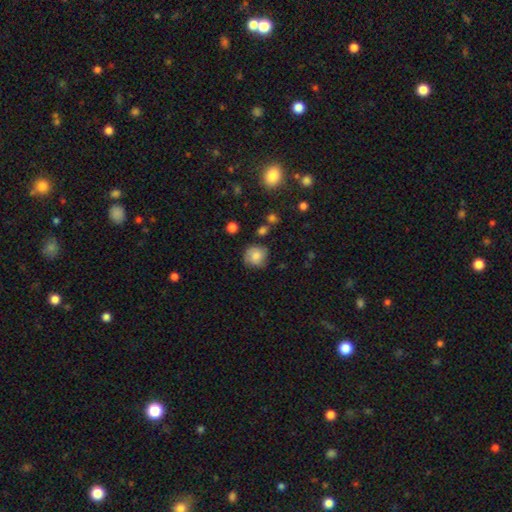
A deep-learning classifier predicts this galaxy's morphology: smooth-or-featured: smooth: 63% | featured or disk: 28% | star or artifact: 9%
  how-rounded: round: 83% | in between: 16% | cigar-shaped: 1%
  merging: none: 69% | minor disturbance: 22% | major disturbance: 7% | merger: 3%